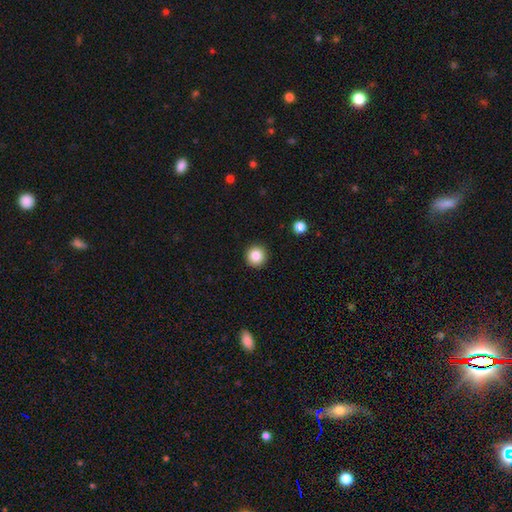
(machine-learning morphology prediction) smooth_or_featured: smooth (p=0.85) [alt: star or artifact p=0.10]
how_rounded: round (p=0.96) [alt: in between p=0.03]
merging: none (p=0.92) [alt: minor disturbance p=0.05]